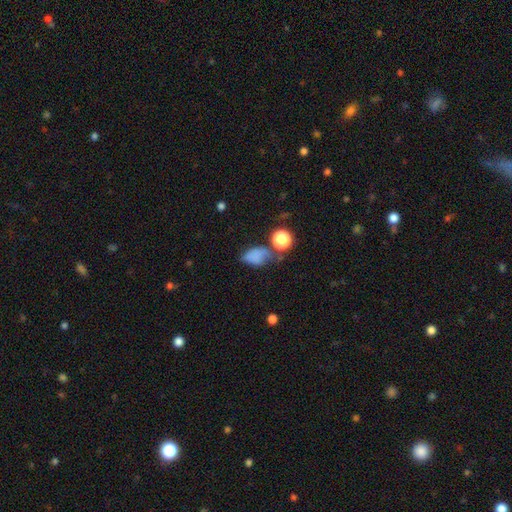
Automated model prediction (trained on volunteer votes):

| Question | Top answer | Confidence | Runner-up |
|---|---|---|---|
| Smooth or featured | smooth | 74% | star or artifact (15%) |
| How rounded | in between | 79% | round (18%) |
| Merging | none | 41% | minor disturbance (29%) |